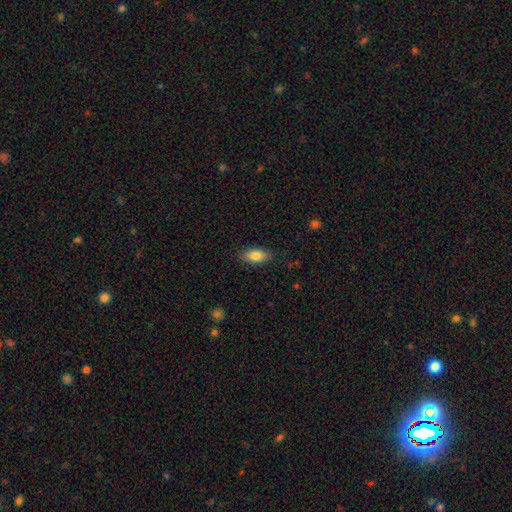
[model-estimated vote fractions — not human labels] A smooth galaxy with no disk features (82%) that is in between round and cigar-shaped (86%). Merging: none (86%).